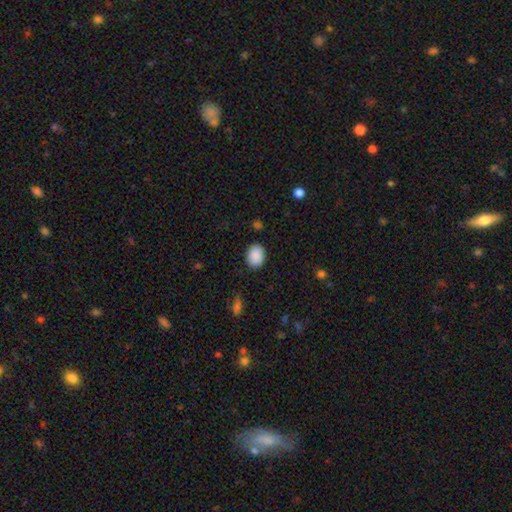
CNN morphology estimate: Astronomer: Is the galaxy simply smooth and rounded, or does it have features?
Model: smooth — 90%.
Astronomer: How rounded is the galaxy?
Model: in between — 63%.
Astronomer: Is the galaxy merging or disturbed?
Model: none — 86%.